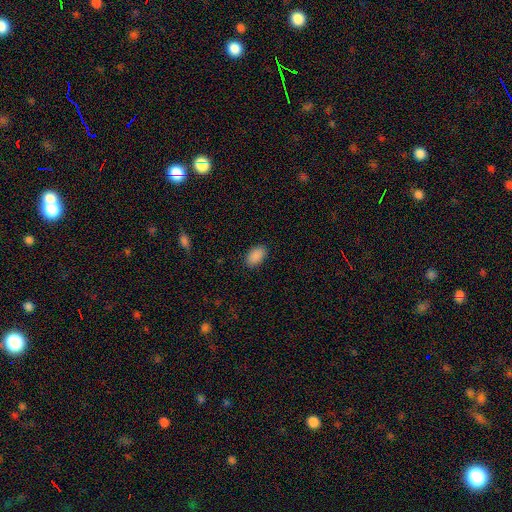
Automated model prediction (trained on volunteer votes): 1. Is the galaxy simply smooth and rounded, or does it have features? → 89% smooth, 8% star or artifact, 3% featured or disk.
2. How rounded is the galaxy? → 92% in between, 6% round, 1% cigar-shaped.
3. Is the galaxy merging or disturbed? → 88% none, 9% minor disturbance, 2% major disturbance, 1% merger.